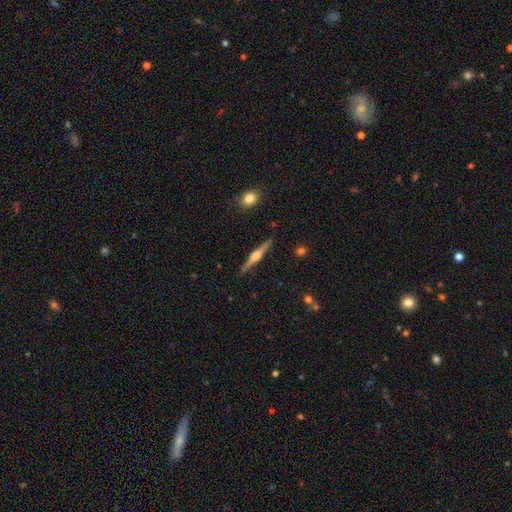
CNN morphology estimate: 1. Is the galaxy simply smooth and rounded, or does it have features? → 79% featured or disk, 16% smooth, 5% star or artifact.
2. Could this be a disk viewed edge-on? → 98% yes, 2% no.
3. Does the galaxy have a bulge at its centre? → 92% rounded, 5% boxy, 2% none.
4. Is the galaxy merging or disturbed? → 91% none, 6% minor disturbance, 1% major disturbance, 1% merger.